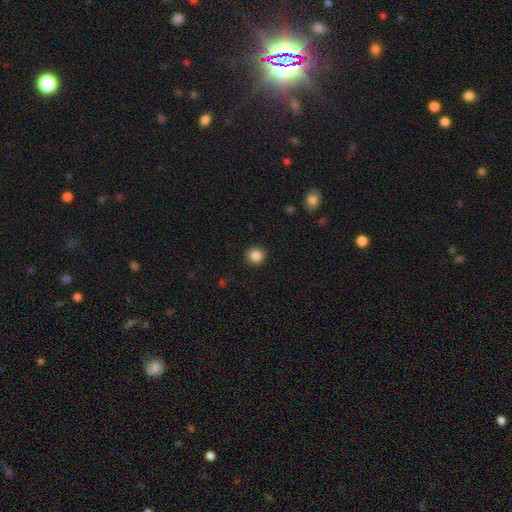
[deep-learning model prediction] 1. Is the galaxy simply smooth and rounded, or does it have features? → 86% smooth, 10% star or artifact, 4% featured or disk.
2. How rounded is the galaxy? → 91% round, 9% in between, 1% cigar-shaped.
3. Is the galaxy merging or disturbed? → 91% none, 6% minor disturbance, 2% major disturbance, 1% merger.